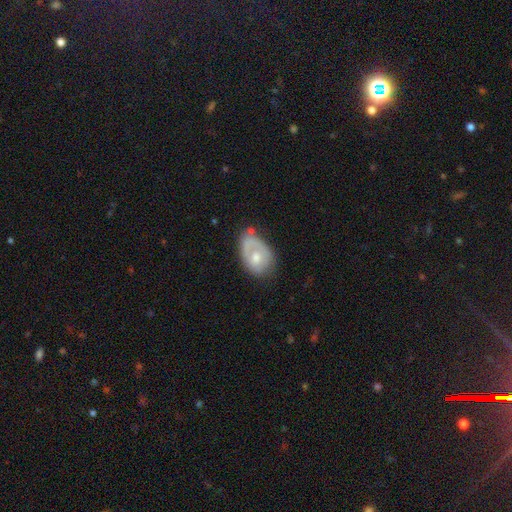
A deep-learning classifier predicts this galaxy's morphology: Q: Smooth or featured?
A: featured or disk (53%); runner-up: smooth (42%)
Q: Edge-on disk?
A: no (95%); runner-up: yes (5%)
Q: Bar?
A: no (77%); runner-up: weak (20%)
Q: Spiral arms?
A: yes (56%); runner-up: no (44%)
Q: Bulge size?
A: moderate (59%); runner-up: small (32%)
Q: Merging?
A: none (45%); runner-up: minor disturbance (31%)